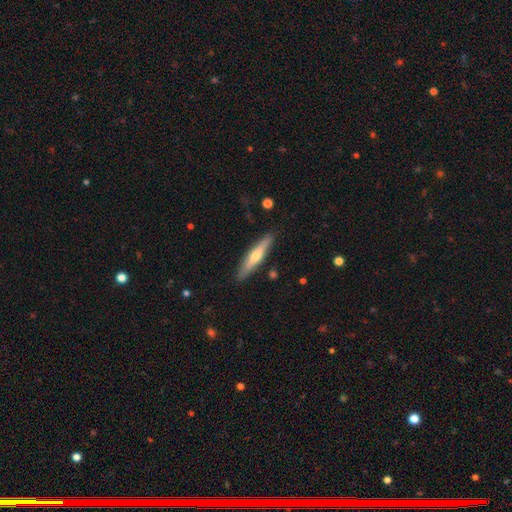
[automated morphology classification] This appears to be a featured or disk galaxy (51%) viewed edge-on (91%). Merging: none (89%).